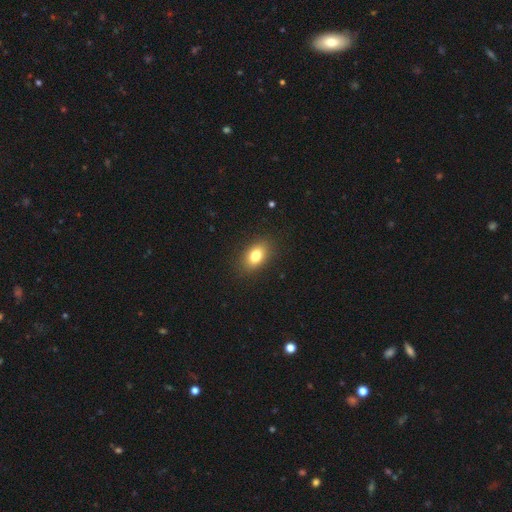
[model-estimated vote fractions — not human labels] smooth_or_featured: smooth (p=0.80) [alt: featured or disk p=0.11]
how_rounded: in between (p=0.85) [alt: round p=0.13]
merging: none (p=0.88) [alt: minor disturbance p=0.09]